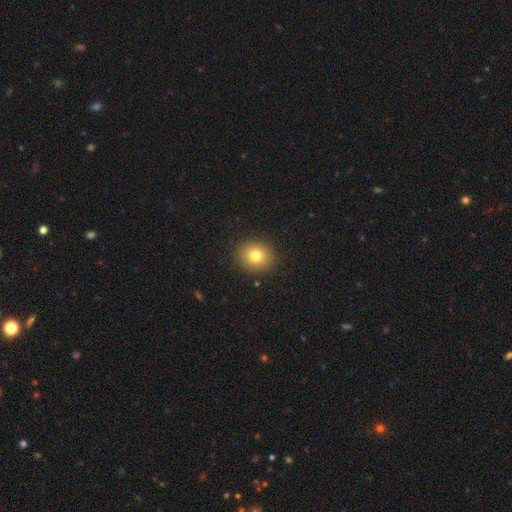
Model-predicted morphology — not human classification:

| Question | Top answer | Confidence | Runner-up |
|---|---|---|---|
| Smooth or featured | smooth | 78% | star or artifact (12%) |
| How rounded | round | 82% | in between (18%) |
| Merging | none | 90% | minor disturbance (6%) |